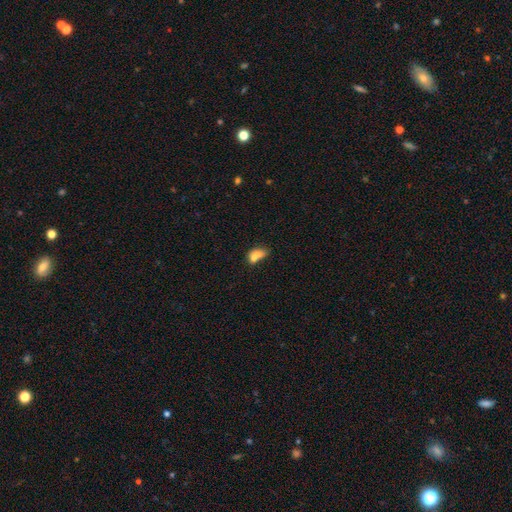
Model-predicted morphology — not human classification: A smooth galaxy with no disk features (72%) that is in between round and cigar-shaped (77%). Merging: merger (54%).